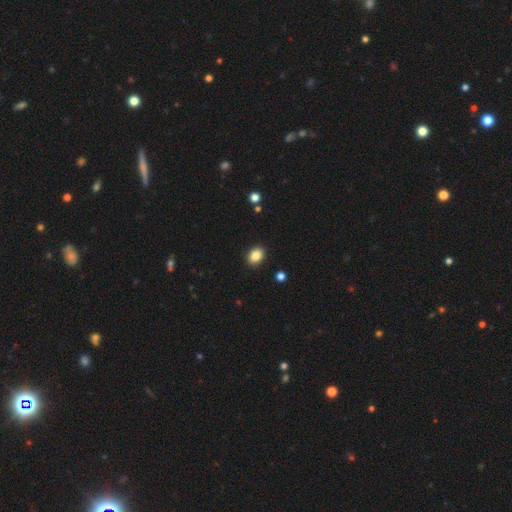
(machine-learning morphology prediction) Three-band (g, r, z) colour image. It shows a smooth galaxy with no disk features (86%) that is in between round and cigar-shaped (63%). Merging: none (90%).